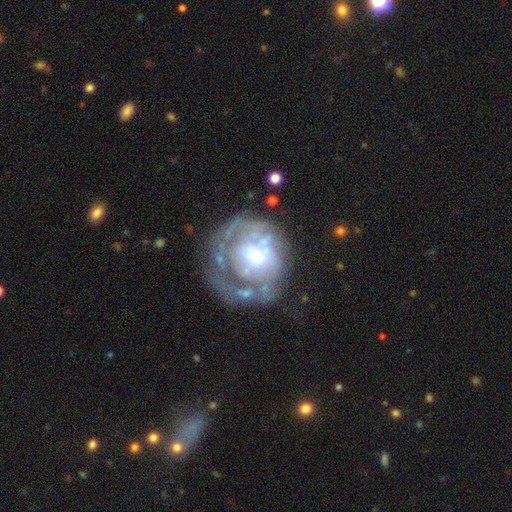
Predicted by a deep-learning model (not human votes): The model was most divided on "spiral arms": no: 52%, yes: 48%. Remaining: edge-on disk — no (97%); bar — no (69%); smooth or featured — featured or disk (68%); bulge size — moderate (54%); merging — none (47%).